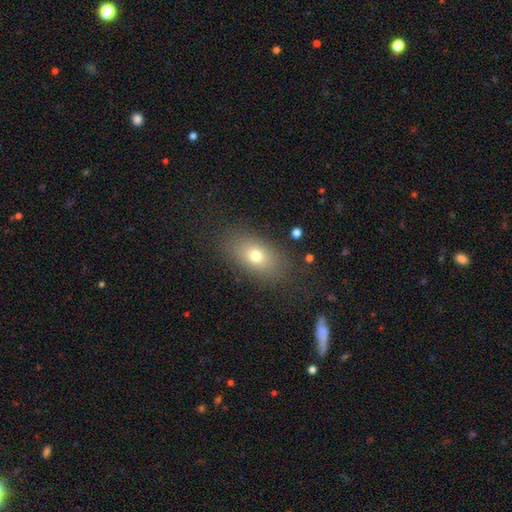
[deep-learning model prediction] smooth_or_featured: smooth (p=0.72) [alt: featured or disk p=0.16]
how_rounded: in between (p=0.83) [alt: round p=0.13]
merging: none (p=0.83) [alt: minor disturbance p=0.11]